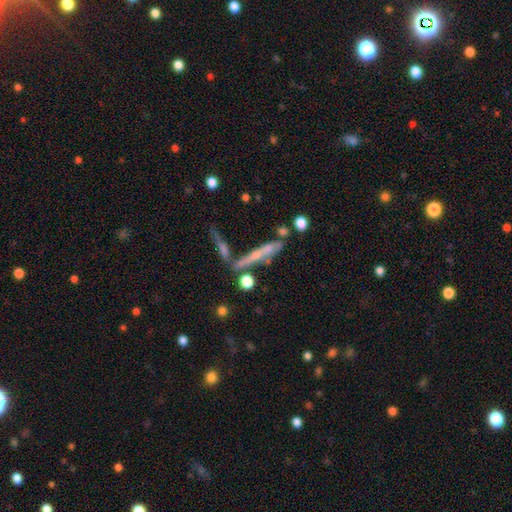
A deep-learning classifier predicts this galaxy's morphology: This appears to be a featured or disk galaxy (57%) viewed edge-on (76%). Merging: none (44%).